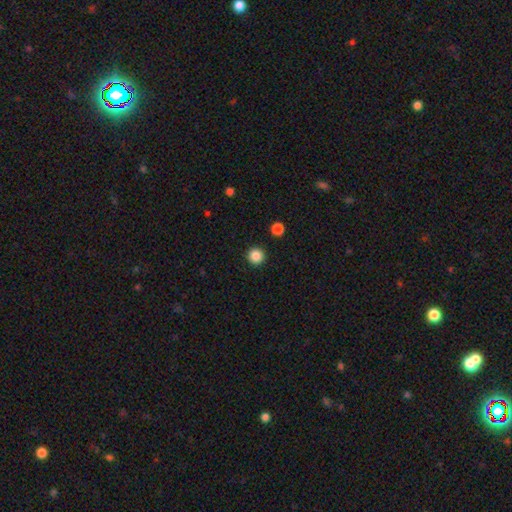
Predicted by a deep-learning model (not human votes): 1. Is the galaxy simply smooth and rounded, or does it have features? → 87% smooth, 10% star or artifact, 3% featured or disk.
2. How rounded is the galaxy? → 96% round, 3% in between, 1% cigar-shaped.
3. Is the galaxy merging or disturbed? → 93% none, 4% minor disturbance, 2% major disturbance, 1% merger.